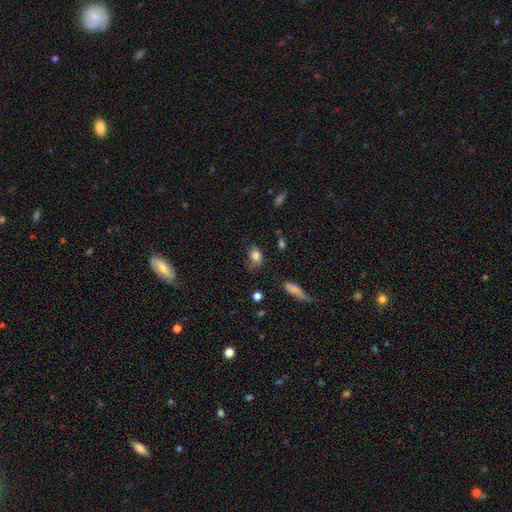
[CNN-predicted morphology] Smooth or featured? smooth (83%)
How rounded? in between (70%)
Merging? none (51%)